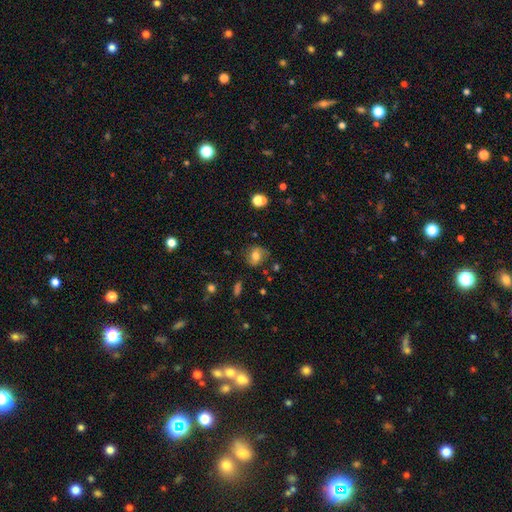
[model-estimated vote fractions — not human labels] This appears to be a smooth galaxy with no disk features (66%) that is round (55%). Merging: none (68%).